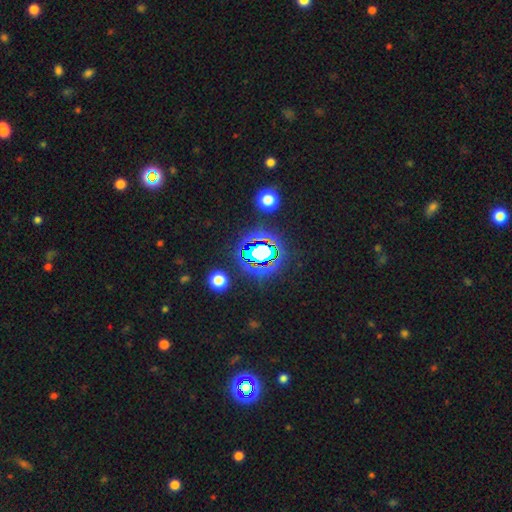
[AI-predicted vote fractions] Overall: star or artifact (70%).